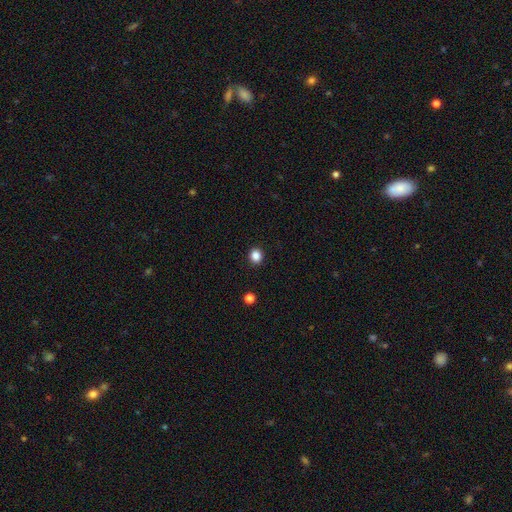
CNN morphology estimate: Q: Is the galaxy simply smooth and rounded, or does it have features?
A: smooth — 86%.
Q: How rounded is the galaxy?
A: round — 82%.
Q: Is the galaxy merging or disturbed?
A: none — 92%.